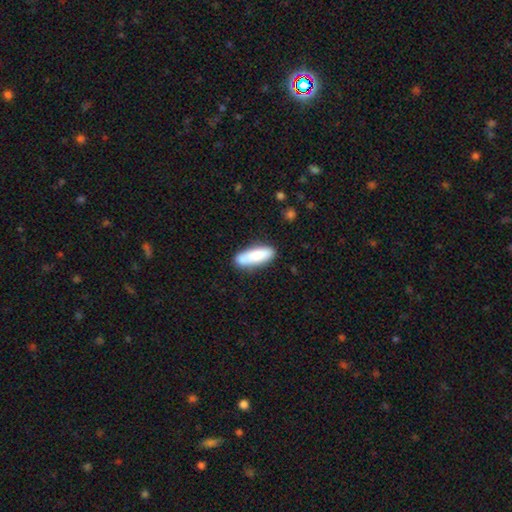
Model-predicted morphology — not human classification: A smooth galaxy with no disk features (80%) that is in between round and cigar-shaped (57%). Merging: none (77%).